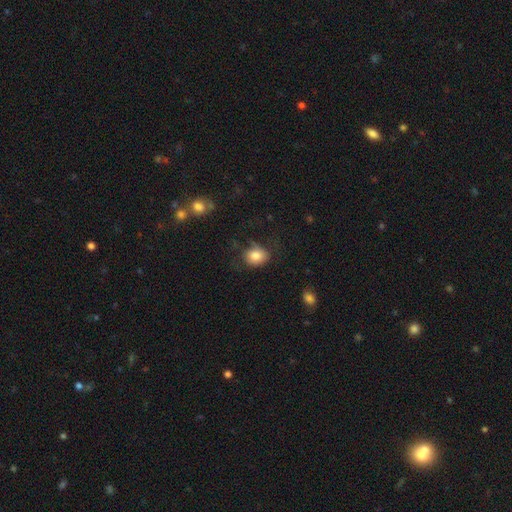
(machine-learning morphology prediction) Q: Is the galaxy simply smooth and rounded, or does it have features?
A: smooth — 80%.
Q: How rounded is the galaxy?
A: in between — 50%, tied with round.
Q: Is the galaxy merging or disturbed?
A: none — 58%.